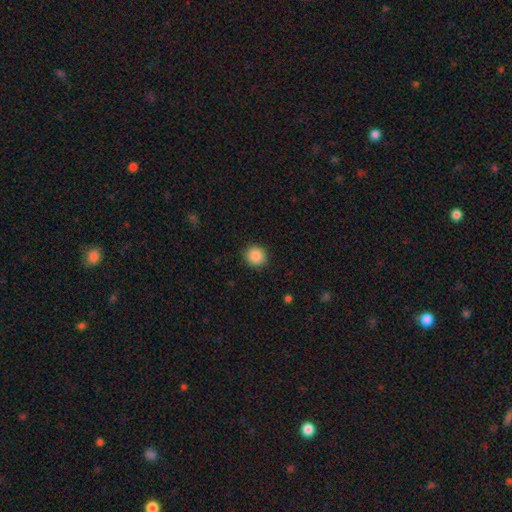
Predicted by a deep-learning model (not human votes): This appears to be a smooth galaxy with no disk features (88%) that is round (92%). Merging: none (91%).